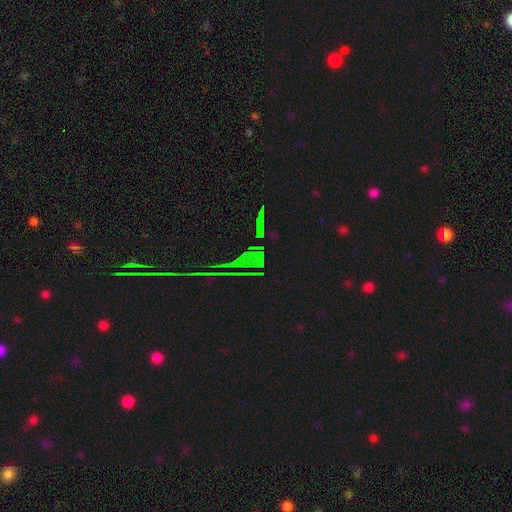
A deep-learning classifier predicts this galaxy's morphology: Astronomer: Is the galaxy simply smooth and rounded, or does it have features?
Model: star or artifact — 77%.